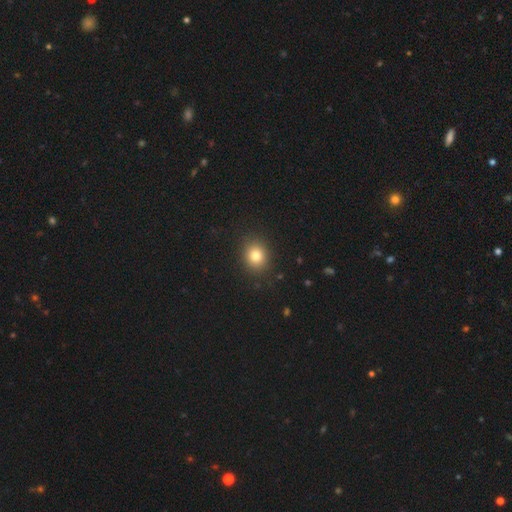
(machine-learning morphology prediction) smooth 80%, star or artifact 12%, featured or disk 8%. Down the decision tree: how rounded — round (68%); merging — none (89%).